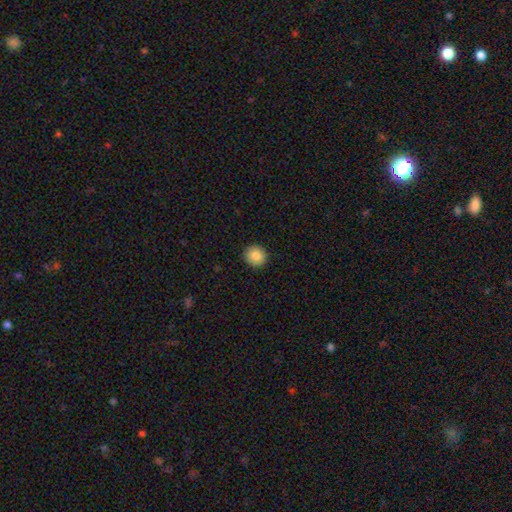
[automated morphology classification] smooth 85%, star or artifact 9%, featured or disk 6%. Down the decision tree: how rounded — round (93%); merging — none (93%).